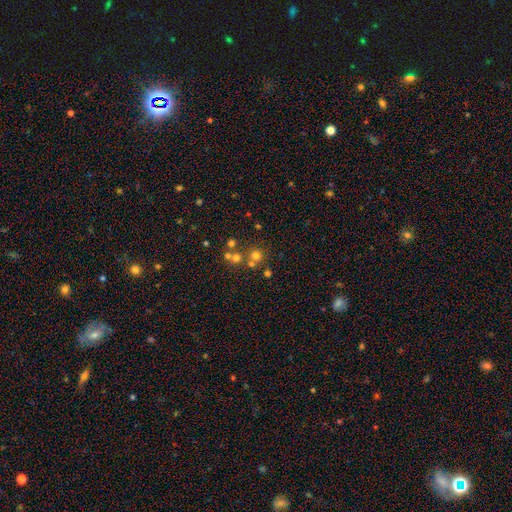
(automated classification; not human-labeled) Smooth or featured: smooth — 62% (star or artifact — 23%)
How rounded: round — 91% (in between — 8%)
Merging: none — 60% (merger — 30%)